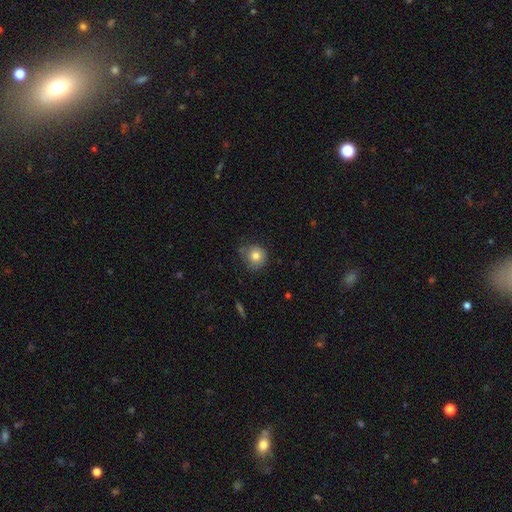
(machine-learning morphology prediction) Smooth or featured? Predicted: smooth (p=0.79). How rounded? Predicted: round (p=0.88). Merging? Predicted: none (p=0.63).